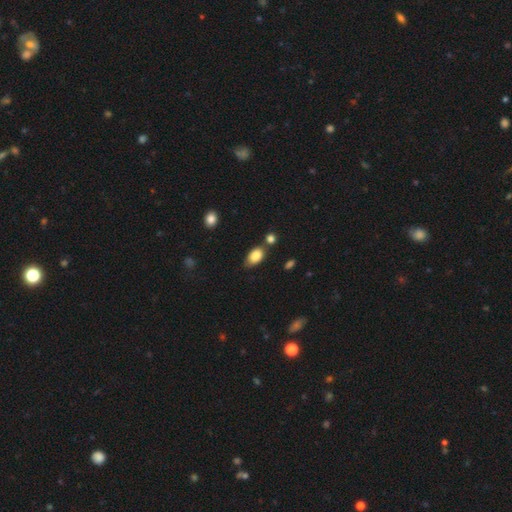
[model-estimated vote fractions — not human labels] The model was most divided on "merging": none: 67%, minor disturbance: 17%, merger: 12%, major disturbance: 4%. More confident: how rounded — in between (90%); smooth or featured — smooth (86%).